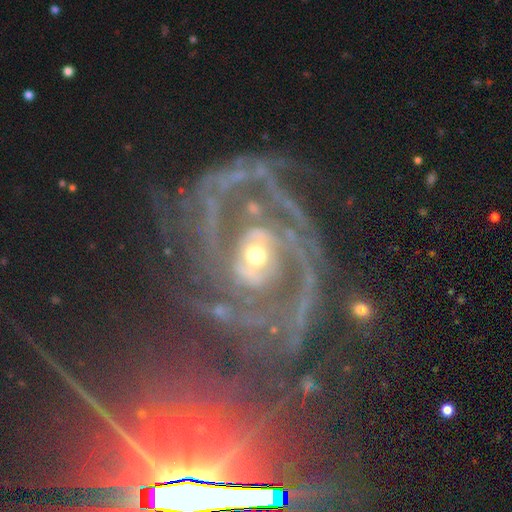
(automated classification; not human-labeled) Morphology: type=featured or disk (87%); edge-on=no (98%); bar=no (58%); spiral arms=yes (95%); winding=tight (48%); arm count=2 (45%); bulge=moderate (47%); merging=none (53%).